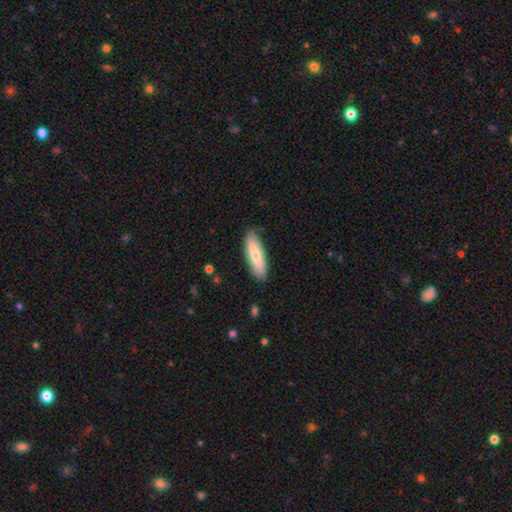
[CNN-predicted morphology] A smooth galaxy with no disk features (71%) that is in between round and cigar-shaped (49%, tied with cigar-shaped).

Vote fractions:
- Smooth or featured? smooth: 71% / featured or disk: 24% / star or artifact: 5%
- How rounded? in between: 49% (tied) / cigar-shaped: 49% (tied) / round: 2%
- Merging? none: 85% / minor disturbance: 11% / major disturbance: 2% / merger: 1%